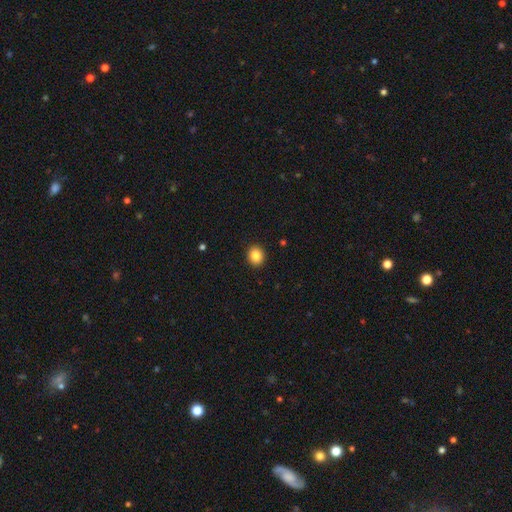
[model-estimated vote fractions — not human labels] Morphology: type=smooth (85%); roundness=round (75%); merging=none (92%).